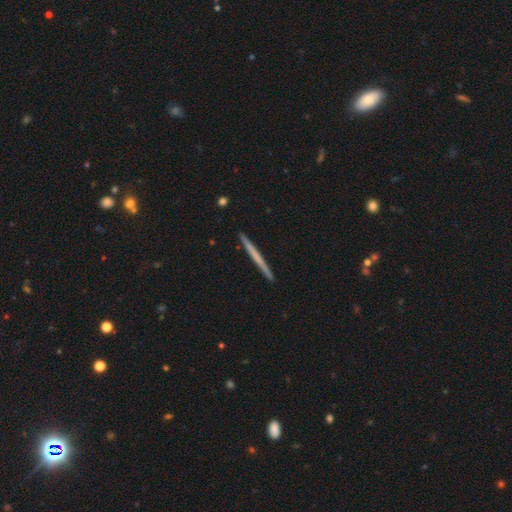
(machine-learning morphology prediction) featured or disk 48% (tied), smooth 48% (tied), star or artifact 5%. Down the decision tree: merging — none (94%).